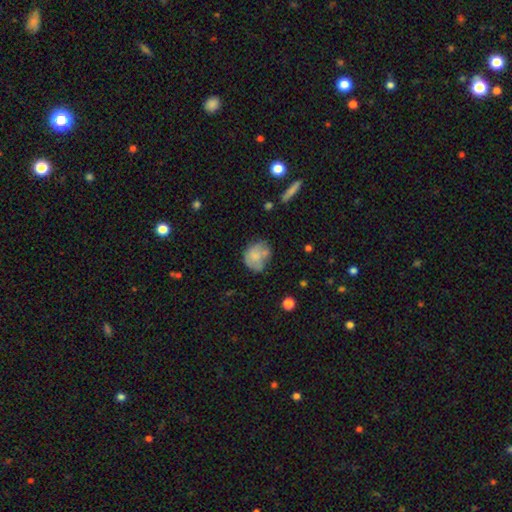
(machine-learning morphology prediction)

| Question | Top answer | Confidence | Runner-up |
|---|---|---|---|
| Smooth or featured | smooth | 65% | featured or disk (27%) |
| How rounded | round | 61% | in between (38%) |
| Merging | none | 41% | minor disturbance (29%) |